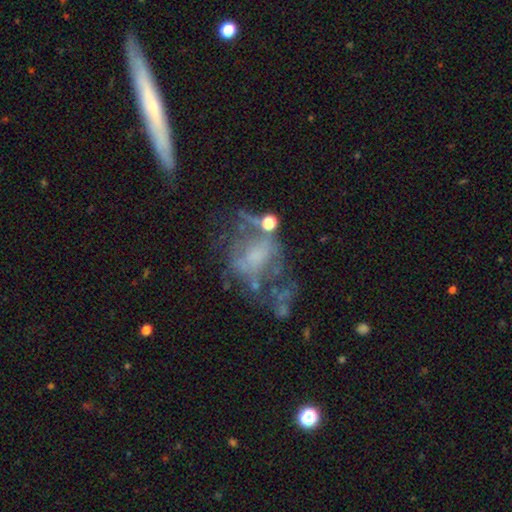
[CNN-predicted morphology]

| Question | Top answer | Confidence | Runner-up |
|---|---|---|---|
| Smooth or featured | featured or disk | 61% | smooth (23%) |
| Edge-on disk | no | 96% | yes (4%) |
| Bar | no | 73% | weak (20%) |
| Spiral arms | no | 68% | yes (32%) |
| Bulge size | none | 46% | small (24%) |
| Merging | major disturbance | 35% | none (33%) |